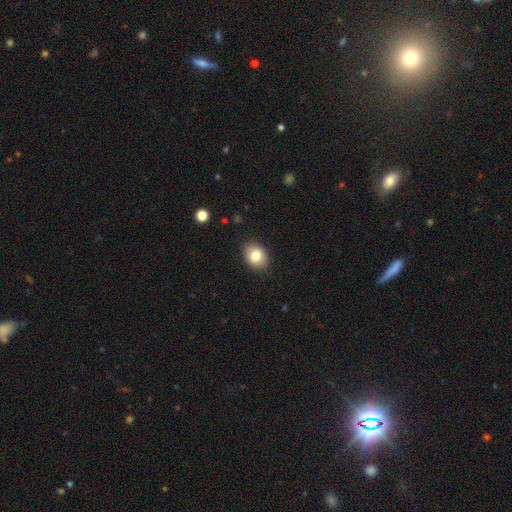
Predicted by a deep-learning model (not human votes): The model was most divided on "how rounded": in between: 61%, round: 39%, cigar-shaped: 1%. More confident: merging — none (87%); smooth or featured — smooth (82%).